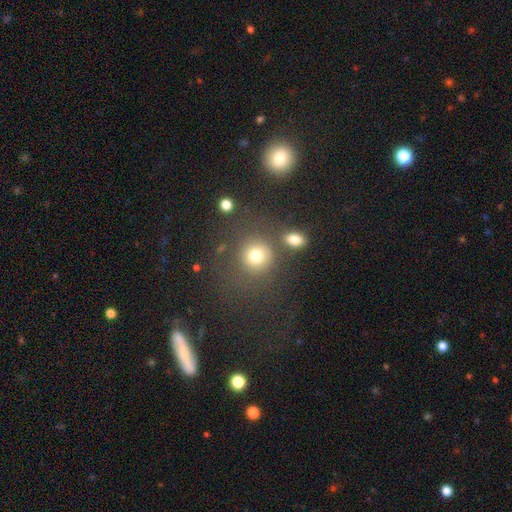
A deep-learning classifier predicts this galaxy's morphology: smooth-or-featured: smooth: 76% | star or artifact: 14% | featured or disk: 10%
  how-rounded: round: 86% | in between: 13% | cigar-shaped: 1%
  merging: none: 65% | merger: 16% | minor disturbance: 11% | major disturbance: 8%